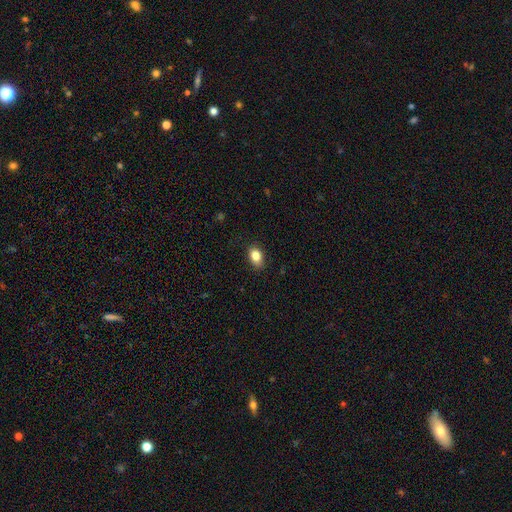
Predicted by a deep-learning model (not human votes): Q: Smooth or featured?
A: smooth (84%); runner-up: star or artifact (9%)
Q: How rounded?
A: in between (80%); runner-up: round (19%)
Q: Merging?
A: none (85%); runner-up: minor disturbance (12%)